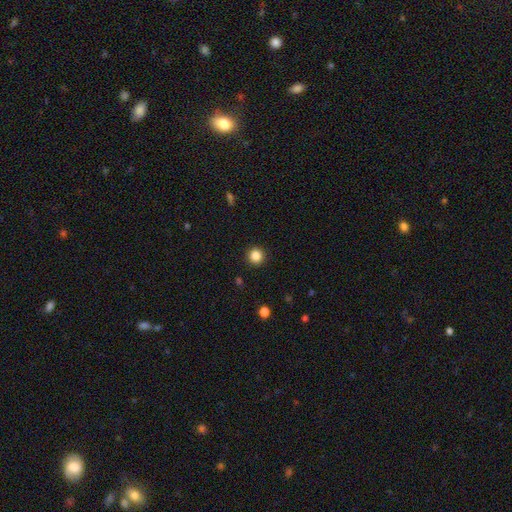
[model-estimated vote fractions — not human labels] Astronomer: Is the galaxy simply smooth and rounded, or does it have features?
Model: smooth — 85%.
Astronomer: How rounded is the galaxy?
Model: round — 95%.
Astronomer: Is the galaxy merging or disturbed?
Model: none — 93%.